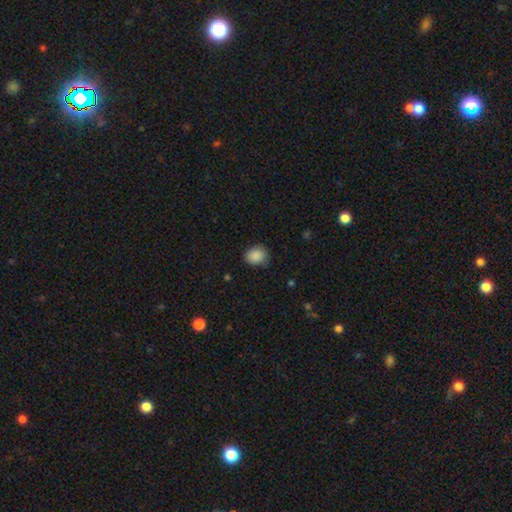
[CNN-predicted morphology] Smooth or featured?
  - smooth: 88% *
  - star or artifact: 8%
  - featured or disk: 3%
How rounded?
  - round: 62% *
  - in between: 37%
  - cigar-shaped: 1%
Merging?
  - none: 81% *
  - minor disturbance: 15%
  - major disturbance: 3%
  - merger: 1%